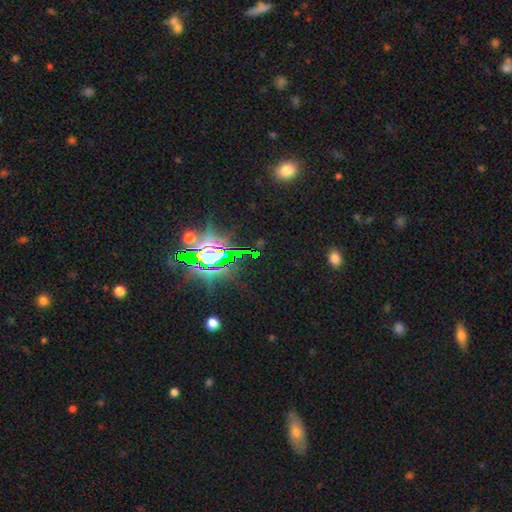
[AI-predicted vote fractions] This appears to be a star or artifact, not a galaxy (77%).